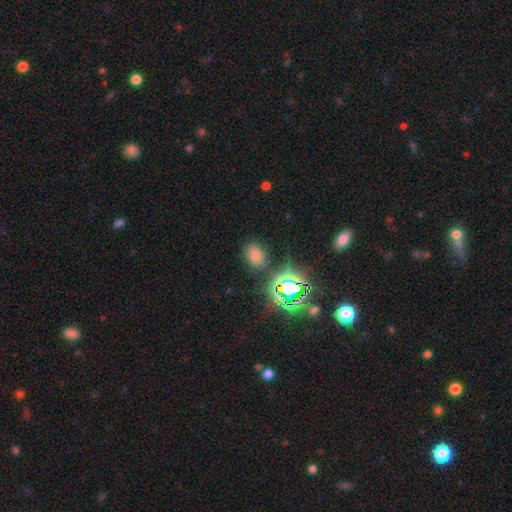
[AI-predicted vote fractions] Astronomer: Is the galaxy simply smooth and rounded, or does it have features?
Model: smooth — 54% (runner-up: star or artifact, 37%).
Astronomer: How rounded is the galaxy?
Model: in between — 72%.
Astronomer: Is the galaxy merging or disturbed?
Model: none — 81%.